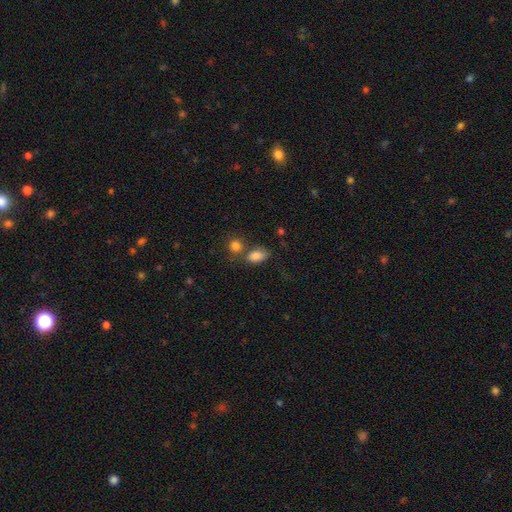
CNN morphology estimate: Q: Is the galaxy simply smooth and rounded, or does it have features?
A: smooth — 84%.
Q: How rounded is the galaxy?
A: in between — 85%.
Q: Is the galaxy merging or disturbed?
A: none — 50%.